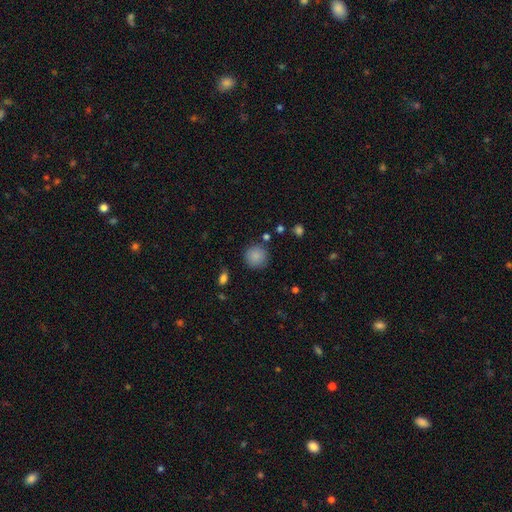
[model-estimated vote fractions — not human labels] This appears to be a smooth galaxy with no disk features (86%) that is round (93%). Merging: none (84%).